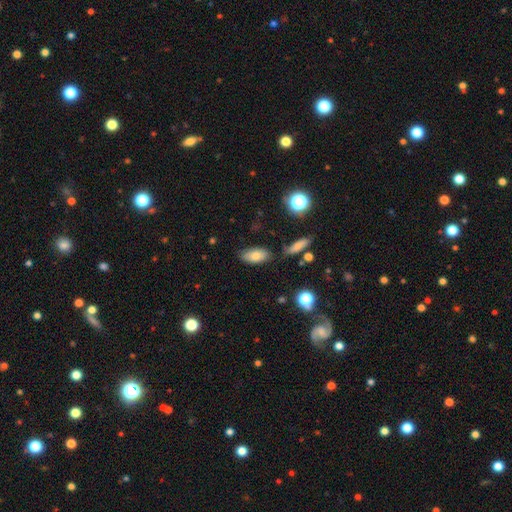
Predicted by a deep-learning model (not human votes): Smooth or featured?
  - smooth: 77% *
  - featured or disk: 14%
  - star or artifact: 9%
How rounded?
  - in between: 88% *
  - cigar-shaped: 8%
  - round: 4%
Merging?
  - none: 77% *
  - minor disturbance: 15%
  - merger: 5%
  - major disturbance: 4%